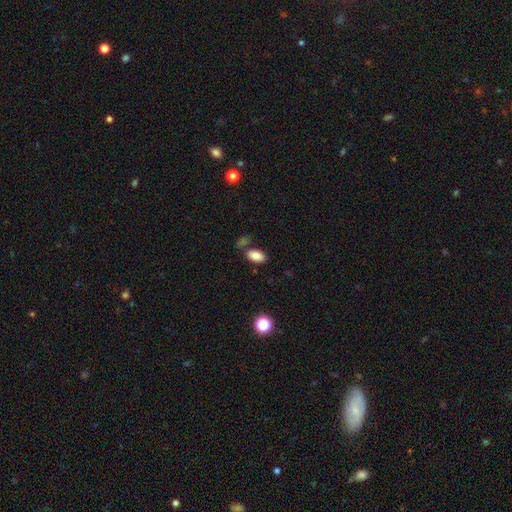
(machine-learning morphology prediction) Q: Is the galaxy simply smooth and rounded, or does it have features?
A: smooth — 85%.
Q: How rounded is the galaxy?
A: in between — 92%.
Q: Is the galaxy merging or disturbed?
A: none — 72%.